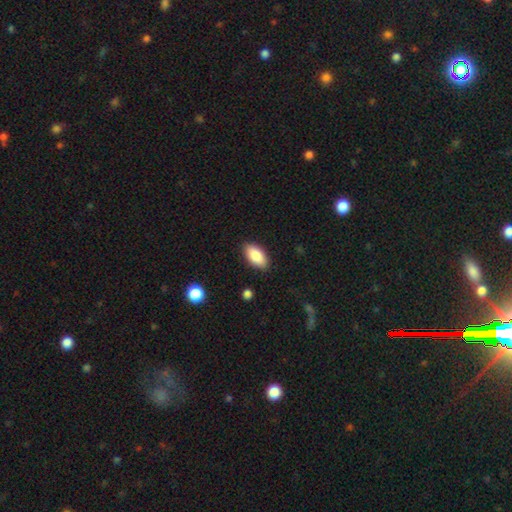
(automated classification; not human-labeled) This appears to be a smooth galaxy with no disk features (87%) that is in between round and cigar-shaped (93%). Merging: none (88%).